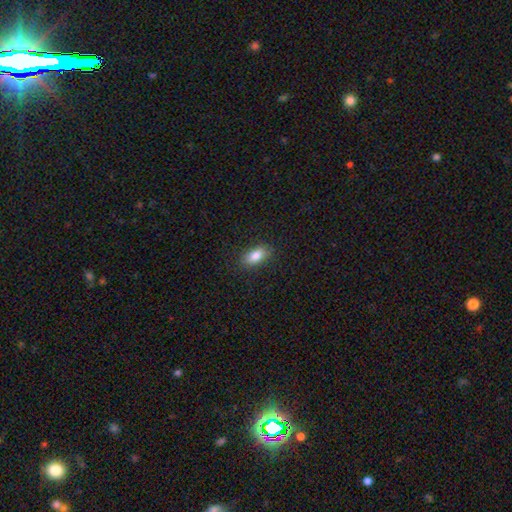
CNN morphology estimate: smooth-or-featured: smooth: 85% | star or artifact: 8% | featured or disk: 7%
  how-rounded: in between: 88% | cigar-shaped: 7% | round: 5%
  merging: none: 85% | minor disturbance: 11% | major disturbance: 3% | merger: 1%